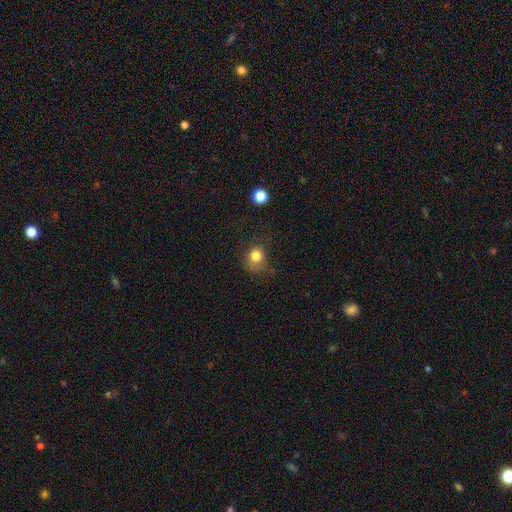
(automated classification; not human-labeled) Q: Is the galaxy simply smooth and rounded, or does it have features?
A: smooth — 80%.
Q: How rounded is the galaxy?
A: round — 71%.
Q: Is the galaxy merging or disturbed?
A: none — 54%.